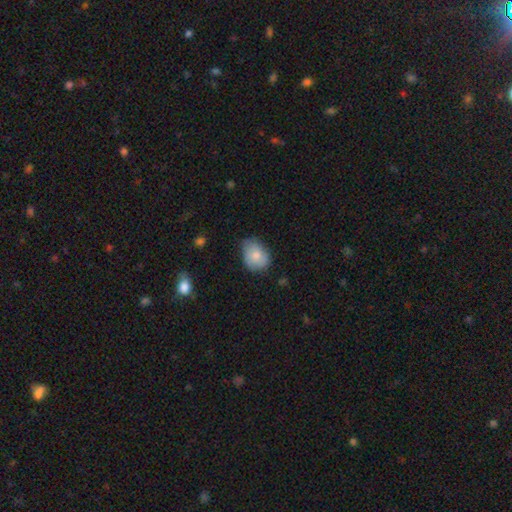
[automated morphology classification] A smooth galaxy with no disk features (78%) that is in between round and cigar-shaped (53%).

Vote fractions:
- Smooth or featured? smooth: 78% / featured or disk: 14% / star or artifact: 7%
- How rounded? in between: 53% / round: 46% / cigar-shaped: 1%
- Merging? none: 57% / minor disturbance: 35% / major disturbance: 7% / merger: 2%